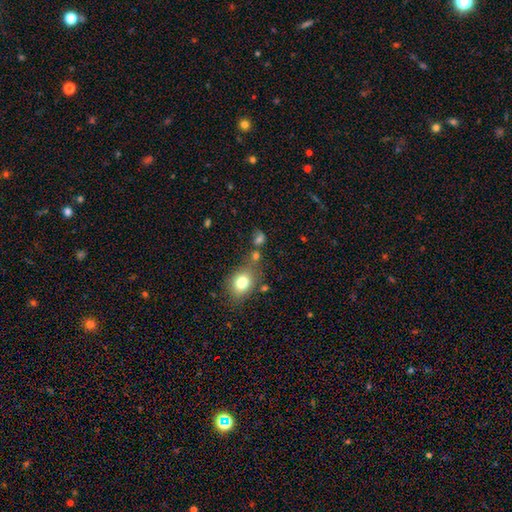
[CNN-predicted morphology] Q: Smooth or featured?
A: smooth (72%); runner-up: star or artifact (17%)
Q: How rounded?
A: round (50%); runner-up: in between (48%)
Q: Merging?
A: none (65%); runner-up: merger (15%)